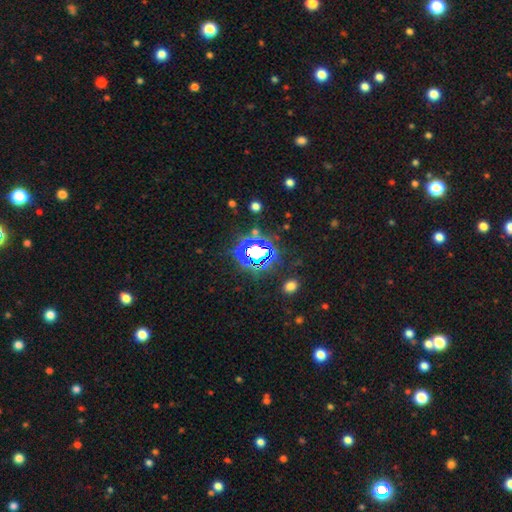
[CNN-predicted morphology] This is likely a star or artifact rather than a galaxy (75%).